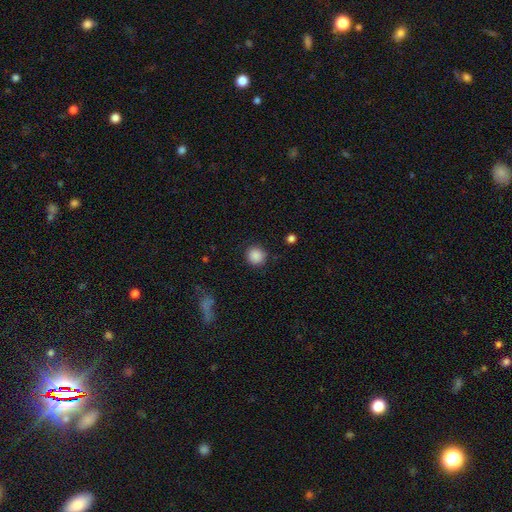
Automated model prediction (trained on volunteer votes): smooth-or-featured: smooth: 88% | star or artifact: 9% | featured or disk: 3%
  how-rounded: round: 90% | in between: 9% | cigar-shaped: 1%
  merging: none: 87% | minor disturbance: 9% | major disturbance: 3% | merger: 2%